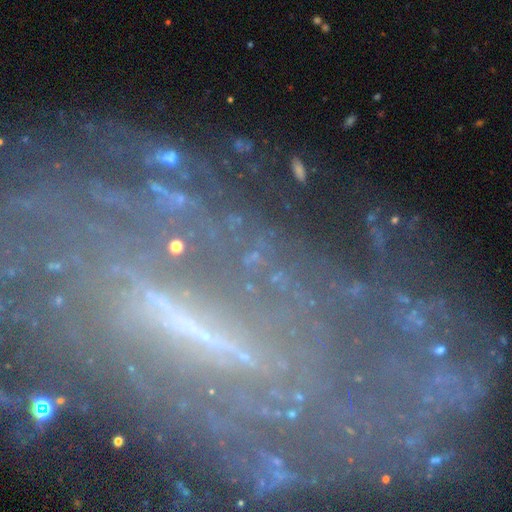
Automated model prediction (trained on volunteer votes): Smooth or featured? star or artifact (56%)